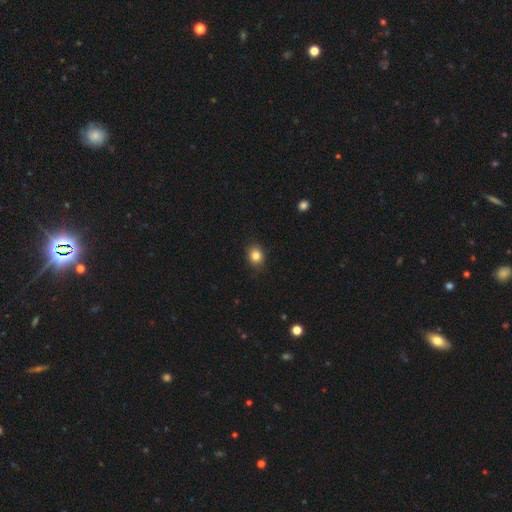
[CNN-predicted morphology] A smooth galaxy with no disk features (84%) that is round (58%).

Vote fractions:
- Smooth or featured? smooth: 84% / star or artifact: 10% / featured or disk: 6%
- How rounded? round: 58% / in between: 41% / cigar-shaped: 1%
- Merging? none: 88% / minor disturbance: 9% / major disturbance: 2% / merger: 1%